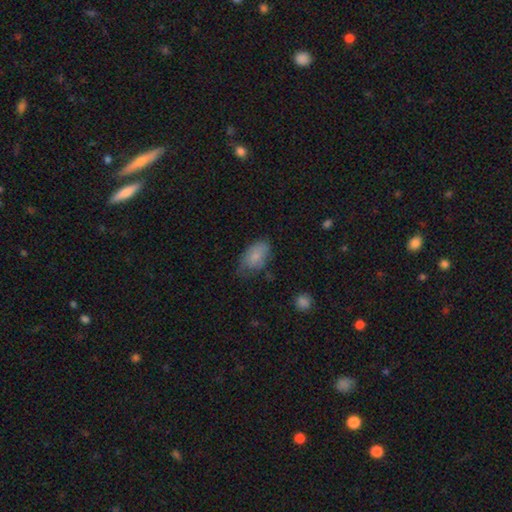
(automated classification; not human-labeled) smooth 79%, featured or disk 14%, star or artifact 7%. Down the decision tree: how rounded — in between (92%); merging — none (53%).